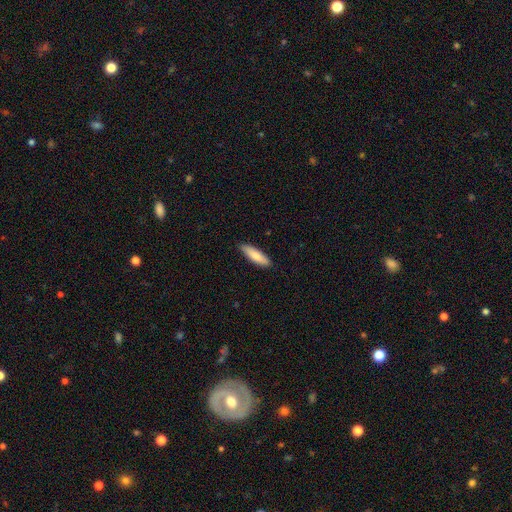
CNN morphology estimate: Smooth or featured? smooth (79%)
How rounded? cigar-shaped (63%)
Merging? none (87%)